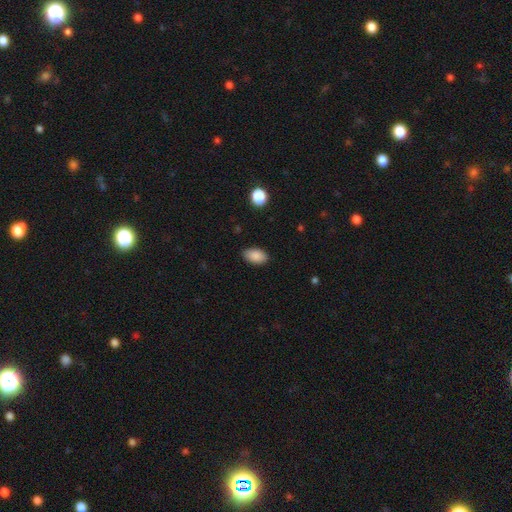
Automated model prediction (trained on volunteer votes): Smooth or featured? smooth (88%)
How rounded? in between (93%)
Merging? none (87%)